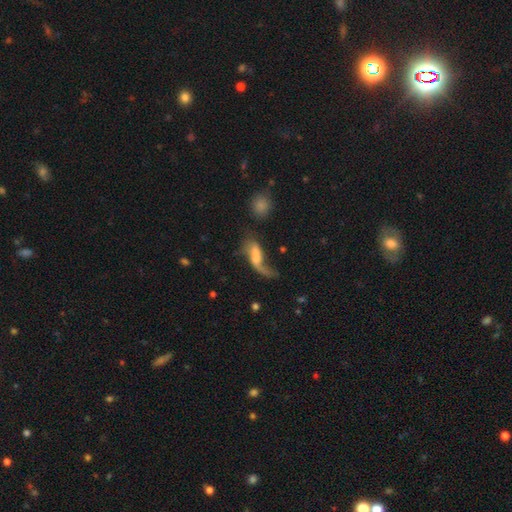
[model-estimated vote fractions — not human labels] Morphology: type=featured or disk (51%); edge-on=no (89%); merging=merger (36%, tied with major disturbance).